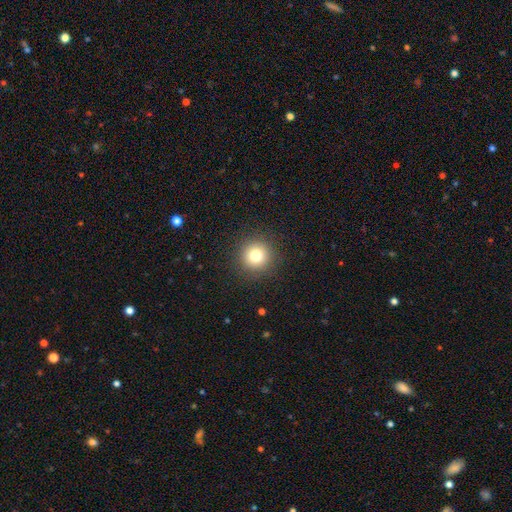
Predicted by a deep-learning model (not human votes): Smooth or featured? Predicted: smooth (p=0.80). How rounded? Predicted: round (p=0.95). Merging? Predicted: none (p=0.91).